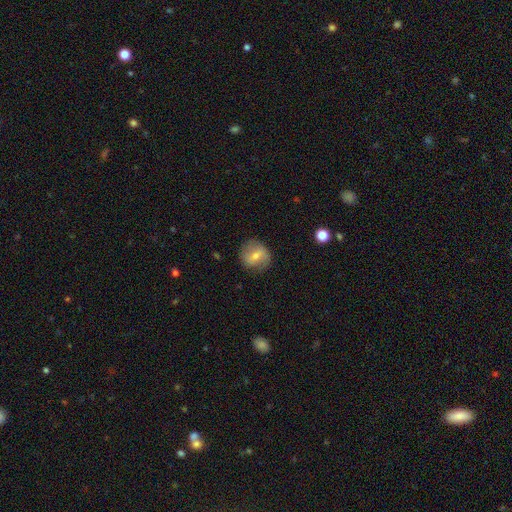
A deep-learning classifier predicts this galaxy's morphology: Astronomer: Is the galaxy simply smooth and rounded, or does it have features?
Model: smooth — 53% (runner-up: featured or disk, 38%).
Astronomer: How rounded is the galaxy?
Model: round — 82%.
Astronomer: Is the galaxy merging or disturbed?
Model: none — 80%.